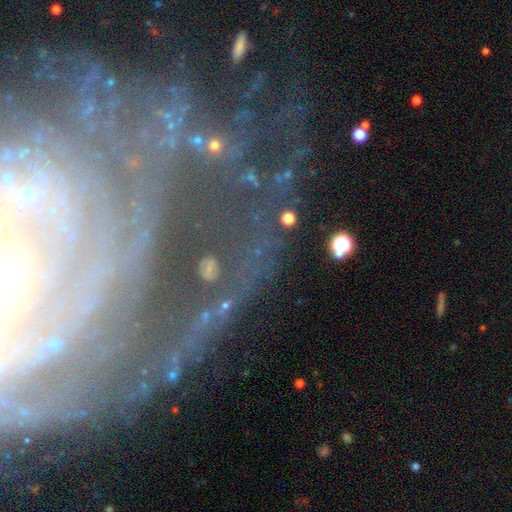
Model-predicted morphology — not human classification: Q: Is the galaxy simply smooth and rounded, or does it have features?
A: featured or disk — 78%.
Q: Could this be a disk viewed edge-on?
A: no — 93%.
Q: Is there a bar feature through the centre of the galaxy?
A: no — 44%.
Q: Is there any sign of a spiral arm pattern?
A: yes — 91%.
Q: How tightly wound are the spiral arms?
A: tight — 69%.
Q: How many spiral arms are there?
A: can't tell — 27%.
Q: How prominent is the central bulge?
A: small — 56%.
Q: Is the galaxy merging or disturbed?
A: none — 68%.